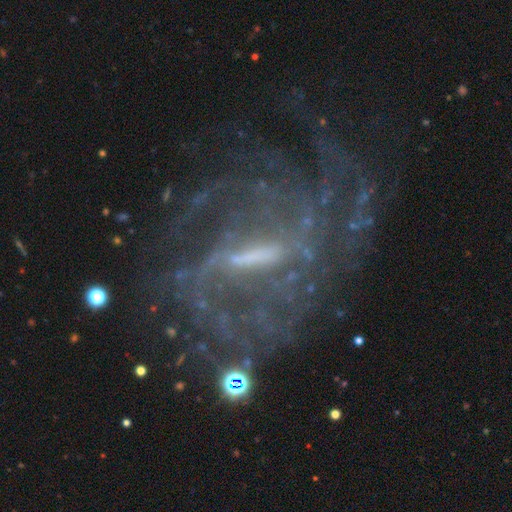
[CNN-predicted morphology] A featured or disk galaxy (83%) with a strong bar (48%), tight (45%) spiral arms (86%) and a small central bulge (36%).

Vote fractions:
- Smooth or featured? featured or disk: 83% / star or artifact: 10% / smooth: 6%
- Edge-on disk? no: 93% / yes: 7%
- Bar? strong: 48% / weak: 39% / no: 13%
- Spiral arms? yes: 86% / no: 14%
- Spiral winding? tight: 45% / medium: 35% / loose: 20%
- Spiral arm count? can't tell: 47% / 2: 13% / 4: 12% / 3: 11% / more than 4: 11% / 1: 6%
- Bulge size? small: 36% / moderate: 32% / none: 26% / large: 4% / dominant: 1%
- Merging? none: 59% / major disturbance: 20% / minor disturbance: 17% / merger: 3%